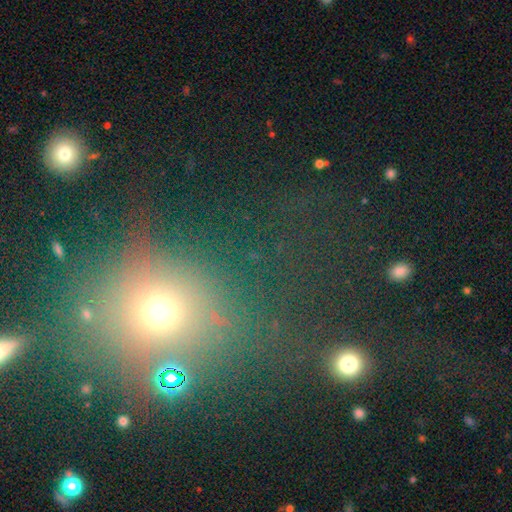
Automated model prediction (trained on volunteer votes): Q: Smooth or featured?
A: smooth (54%); runner-up: star or artifact (33%)
Q: How rounded?
A: round (77%); runner-up: in between (21%)
Q: Merging?
A: none (56%); runner-up: major disturbance (20%)